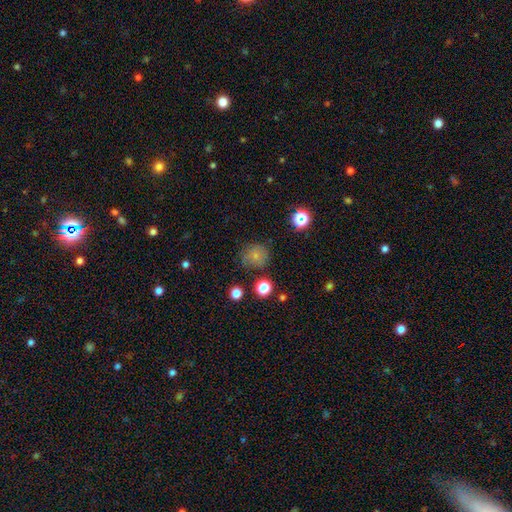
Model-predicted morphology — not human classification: This is likely a smooth galaxy (74%). How rounded: clearly round (87%). Merging: likely none (73%).